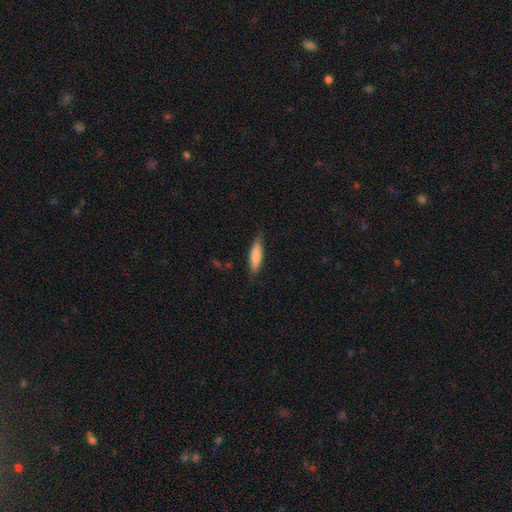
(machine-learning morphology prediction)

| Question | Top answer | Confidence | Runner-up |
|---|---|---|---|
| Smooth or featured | smooth | 81% | featured or disk (13%) |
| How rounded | cigar-shaped | 65% | in between (33%) |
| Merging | none | 79% | minor disturbance (17%) |